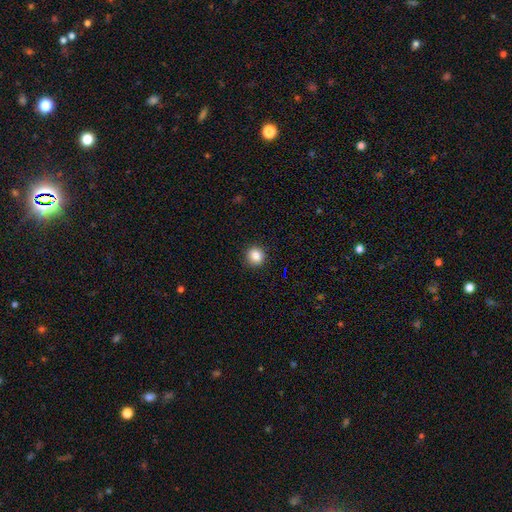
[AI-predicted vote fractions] Overall: smooth (86%). How rounded: round (91%). Merging: none (92%).